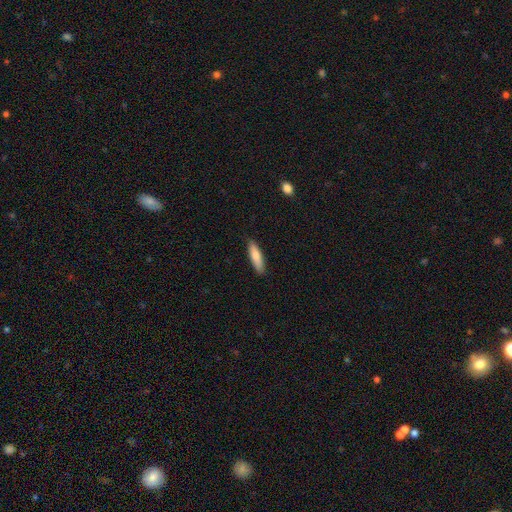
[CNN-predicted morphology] Smooth or featured?
  - smooth: 79% *
  - featured or disk: 15%
  - star or artifact: 6%
How rounded?
  - cigar-shaped: 69% *
  - in between: 30%
  - round: 2%
Merging?
  - none: 88% *
  - minor disturbance: 9%
  - major disturbance: 2%
  - merger: 1%